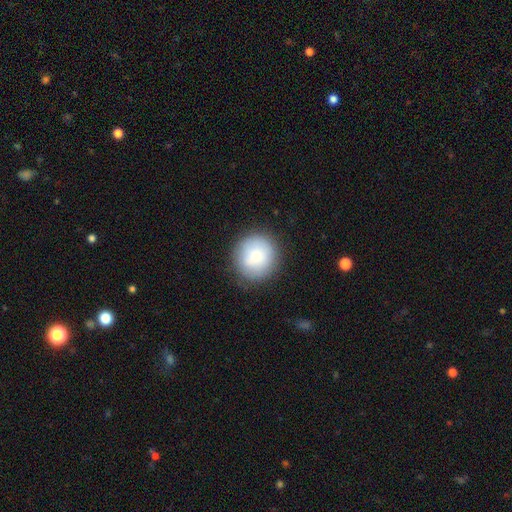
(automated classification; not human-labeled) Morphology: type=smooth (83%); roundness=round (88%); merging=none (84%).